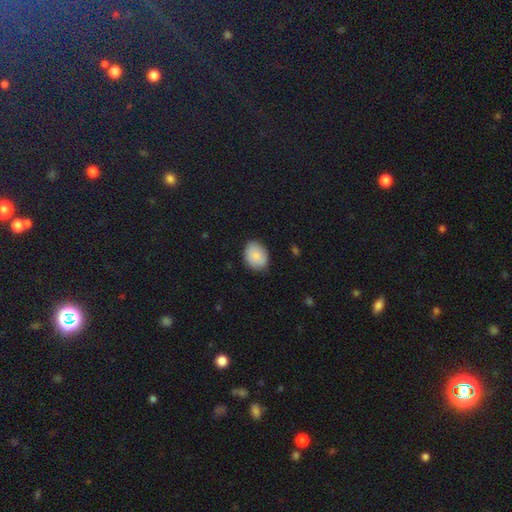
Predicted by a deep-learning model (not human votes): Smooth or featured: smooth — 84% (featured or disk — 9%)
How rounded: in between — 65% (round — 34%)
Merging: none — 80% (minor disturbance — 16%)